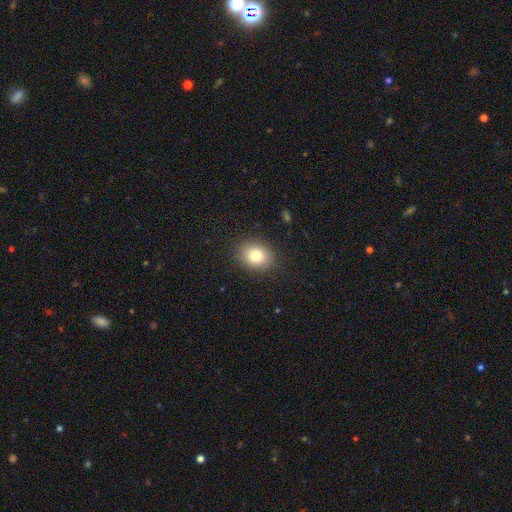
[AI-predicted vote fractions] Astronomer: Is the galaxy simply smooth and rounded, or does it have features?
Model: smooth — 82%.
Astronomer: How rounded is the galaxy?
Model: round — 53% (runner-up: in between, 47%).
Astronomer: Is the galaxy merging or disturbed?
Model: none — 88%.